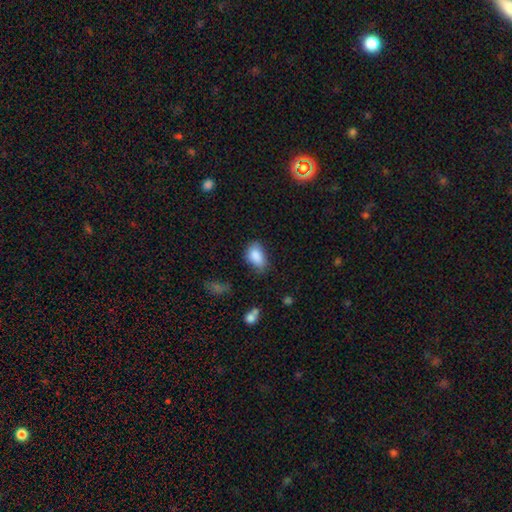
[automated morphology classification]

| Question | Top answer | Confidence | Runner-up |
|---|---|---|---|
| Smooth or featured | smooth | 85% | star or artifact (8%) |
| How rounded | in between | 88% | round (11%) |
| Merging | none | 54% | minor disturbance (34%) |